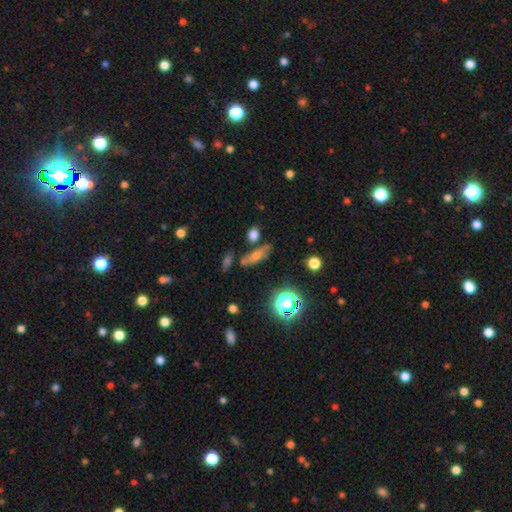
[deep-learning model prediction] Q: Smooth or featured?
A: smooth (48%); runner-up: featured or disk (29%)
Q: Merging?
A: none (68%); runner-up: minor disturbance (15%)